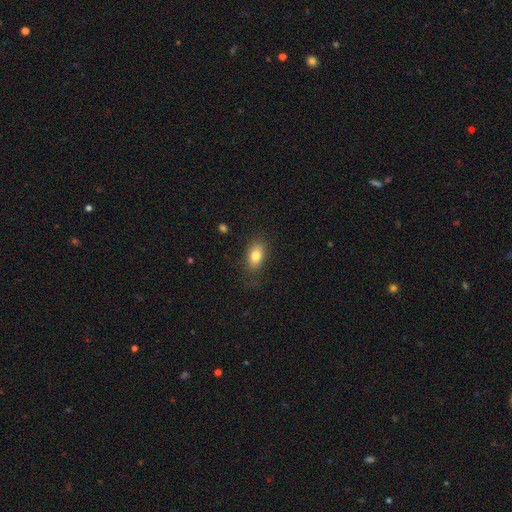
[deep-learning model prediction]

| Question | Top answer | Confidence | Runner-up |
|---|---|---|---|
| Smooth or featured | smooth | 80% | featured or disk (11%) |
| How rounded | in between | 86% | round (10%) |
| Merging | none | 78% | minor disturbance (15%) |